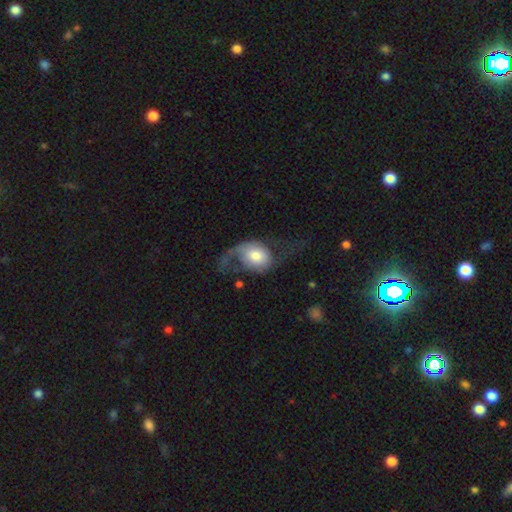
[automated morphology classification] Smooth or featured?
  - featured or disk: 50% *
  - smooth: 44%
  - star or artifact: 6%
Edge-on disk?
  - no: 95% *
  - yes: 5%
Merging?
  - major disturbance: 55% *
  - none: 25%
  - minor disturbance: 16%
  - merger: 3%